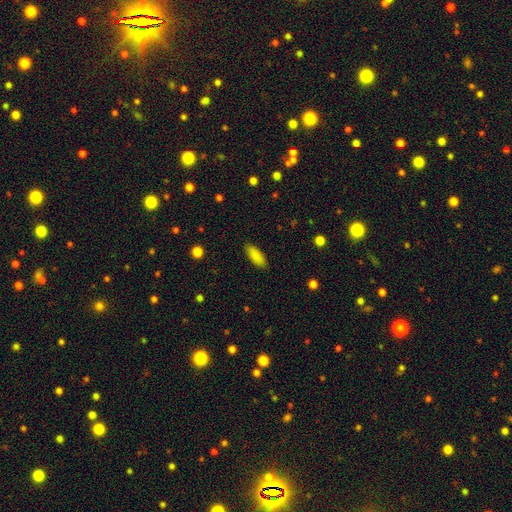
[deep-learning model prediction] Smooth or featured: smooth — 88% (star or artifact — 7%)
How rounded: in between — 70% (cigar-shaped — 28%)
Merging: none — 88% (minor disturbance — 8%)